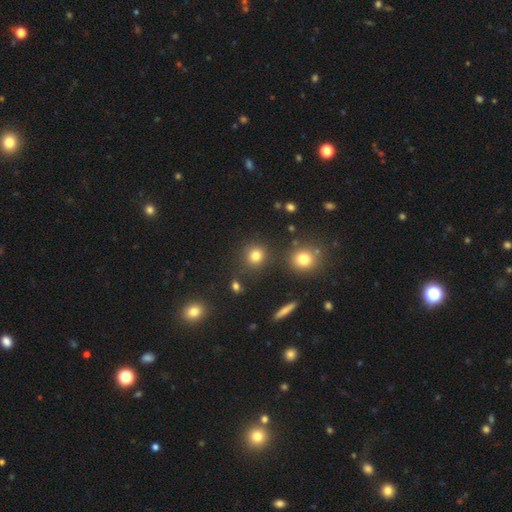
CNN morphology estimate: type=smooth (79%); roundness=round (89%); merging=none (83%).